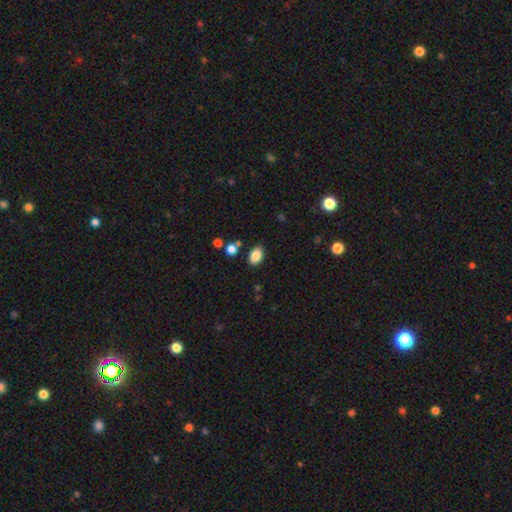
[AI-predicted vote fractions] Smooth or featured? Predicted: smooth (p=0.86). How rounded? Predicted: in between (p=0.86). Merging? Predicted: none (p=0.83).